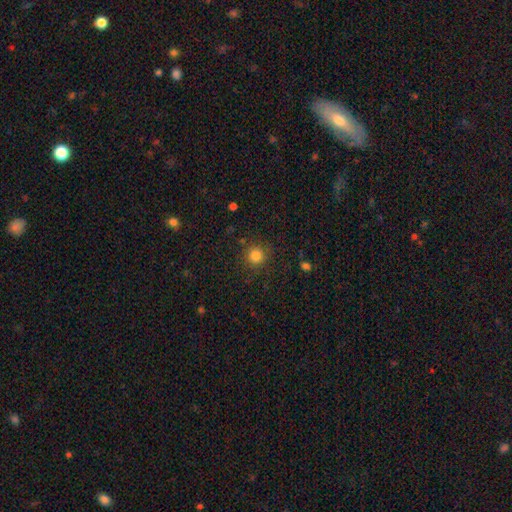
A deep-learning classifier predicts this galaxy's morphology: Smooth or featured?
  - smooth: 82% *
  - star or artifact: 13%
  - featured or disk: 5%
How rounded?
  - round: 92% *
  - in between: 7%
  - cigar-shaped: 1%
Merging?
  - none: 85% *
  - minor disturbance: 9%
  - major disturbance: 4%
  - merger: 2%